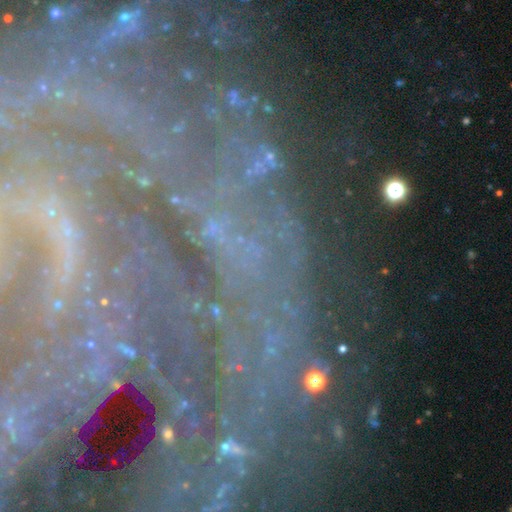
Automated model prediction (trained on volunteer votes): A featured or disk galaxy (49%). Merging: none (69%).